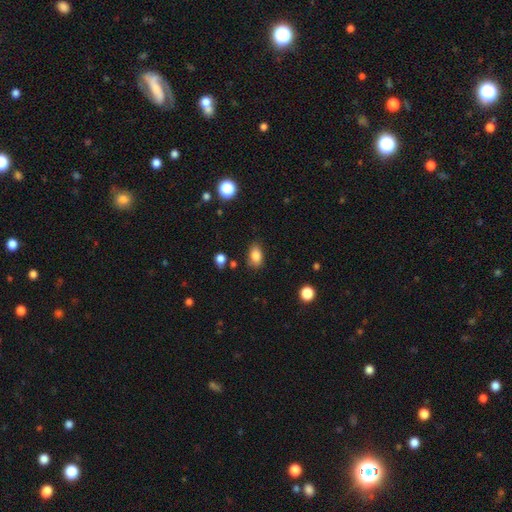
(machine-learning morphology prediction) smooth_or_featured: smooth (p=0.84) [alt: star or artifact p=0.09]
how_rounded: in between (p=0.86) [alt: round p=0.12]
merging: none (p=0.78) [alt: minor disturbance p=0.16]